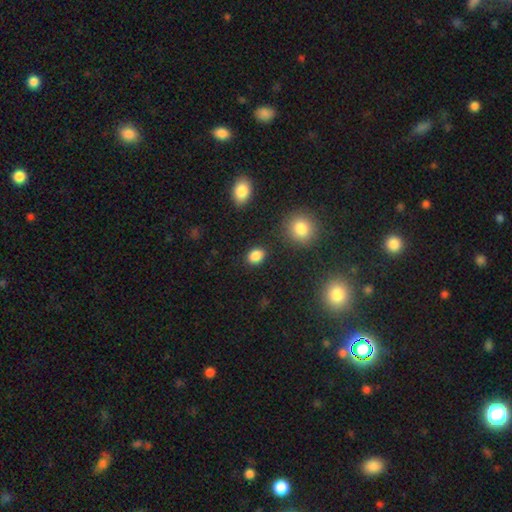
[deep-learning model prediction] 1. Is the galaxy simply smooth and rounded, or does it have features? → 86% smooth, 10% star or artifact, 4% featured or disk.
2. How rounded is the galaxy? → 58% in between, 41% round, 1% cigar-shaped.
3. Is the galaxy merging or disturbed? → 86% none, 9% minor disturbance, 3% major disturbance, 2% merger.